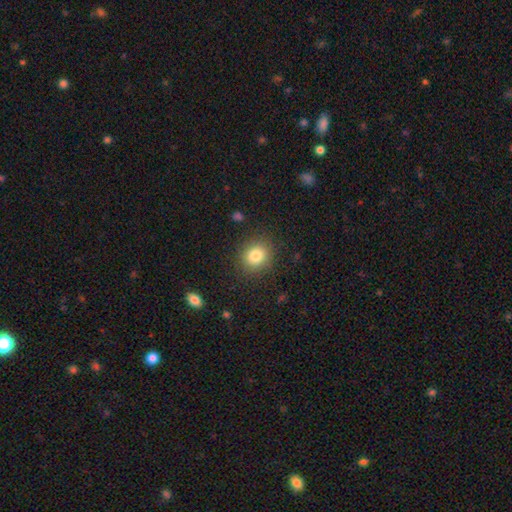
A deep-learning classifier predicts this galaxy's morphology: Smooth or featured?
  - smooth: 82% *
  - star or artifact: 11%
  - featured or disk: 7%
How rounded?
  - round: 79% *
  - in between: 20%
  - cigar-shaped: 1%
Merging?
  - none: 87% *
  - minor disturbance: 9%
  - major disturbance: 3%
  - merger: 1%